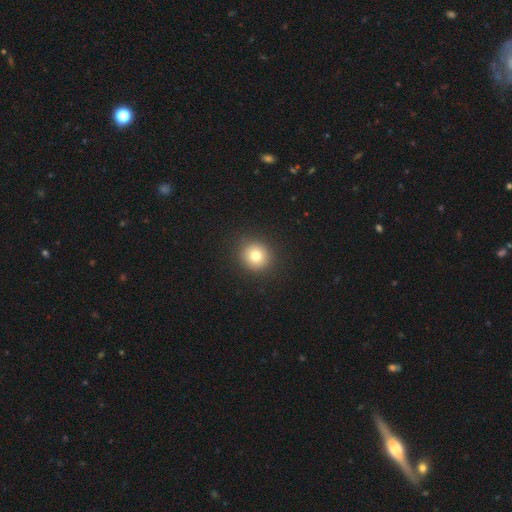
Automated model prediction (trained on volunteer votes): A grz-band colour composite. It shows a smooth galaxy with no disk features (78%) that is round (91%). Merging: none (91%).